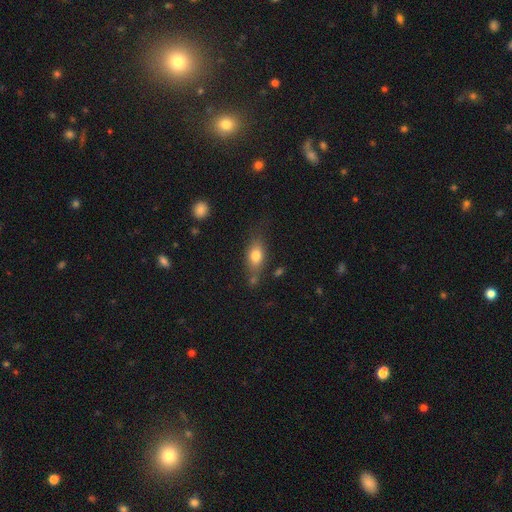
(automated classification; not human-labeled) Smooth or featured: smooth — 76% (featured or disk — 15%)
How rounded: in between — 79% (round — 13%)
Merging: none — 64% (minor disturbance — 20%)